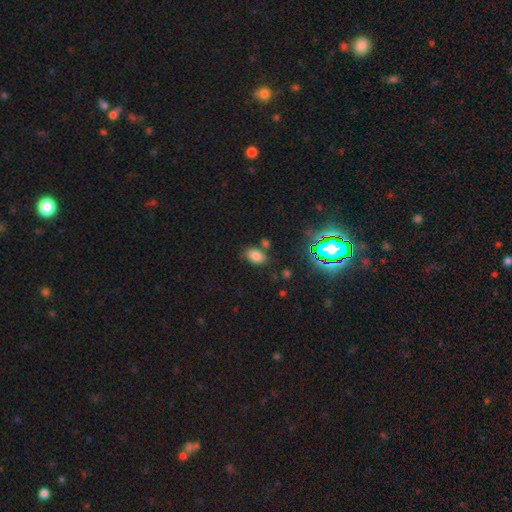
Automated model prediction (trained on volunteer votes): smooth_or_featured: smooth (p=0.76) [alt: star or artifact p=0.18]
how_rounded: in between (p=0.85) [alt: round p=0.14]
merging: none (p=0.69) [alt: minor disturbance p=0.16]